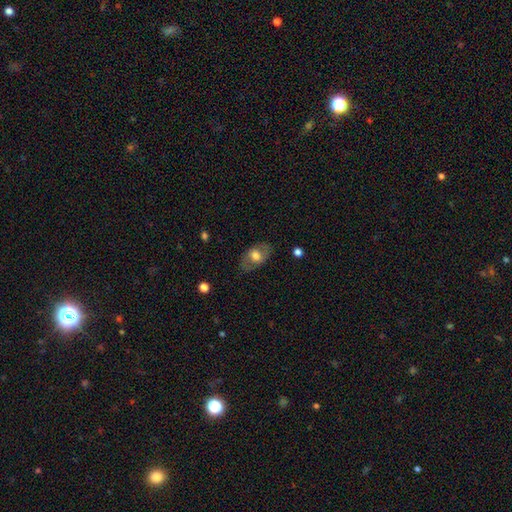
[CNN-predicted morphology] A smooth galaxy with no disk features (54%) that is in between round and cigar-shaped (83%). Merging: none (78%).